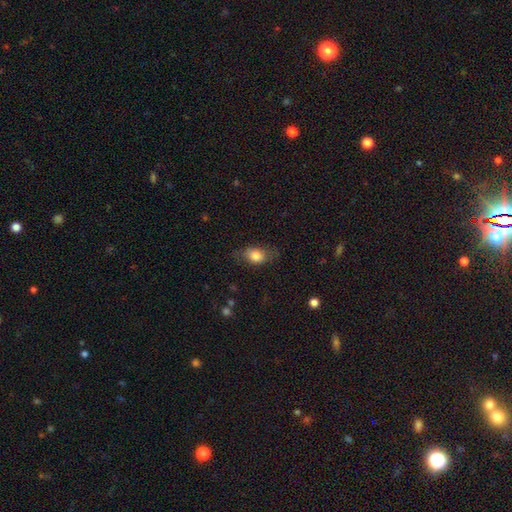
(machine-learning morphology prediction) type=smooth (79%); roundness=in between (75%); merging=none (68%).